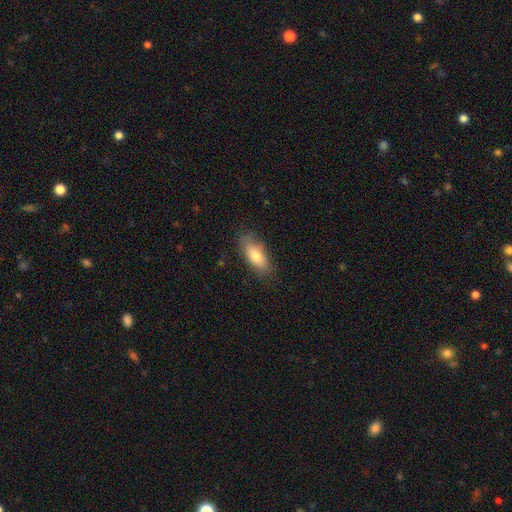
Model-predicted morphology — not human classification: smooth_or_featured: smooth (p=0.77) [alt: featured or disk p=0.16]
how_rounded: in between (p=0.75) [alt: cigar-shaped p=0.22]
merging: none (p=0.79) [alt: minor disturbance p=0.17]